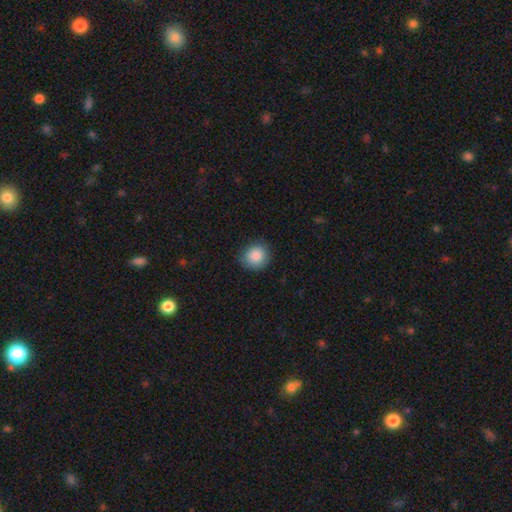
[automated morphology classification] Smooth or featured?
  - smooth: 88% *
  - star or artifact: 8%
  - featured or disk: 4%
How rounded?
  - round: 86% *
  - in between: 13%
  - cigar-shaped: 1%
Merging?
  - none: 84% *
  - minor disturbance: 13%
  - major disturbance: 3%
  - merger: 1%